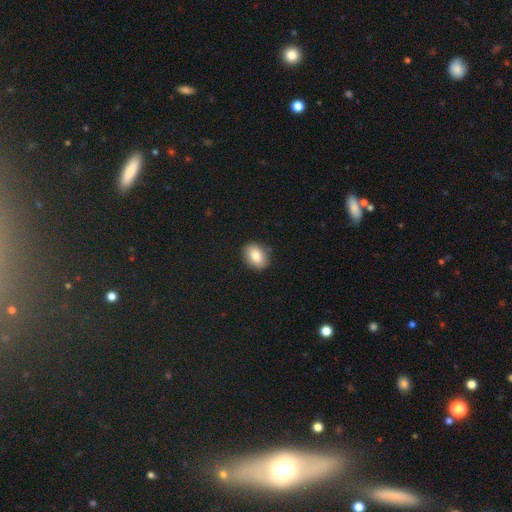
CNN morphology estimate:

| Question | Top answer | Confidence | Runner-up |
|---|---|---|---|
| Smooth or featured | smooth | 84% | featured or disk (9%) |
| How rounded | in between | 73% | round (25%) |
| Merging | none | 87% | minor disturbance (10%) |